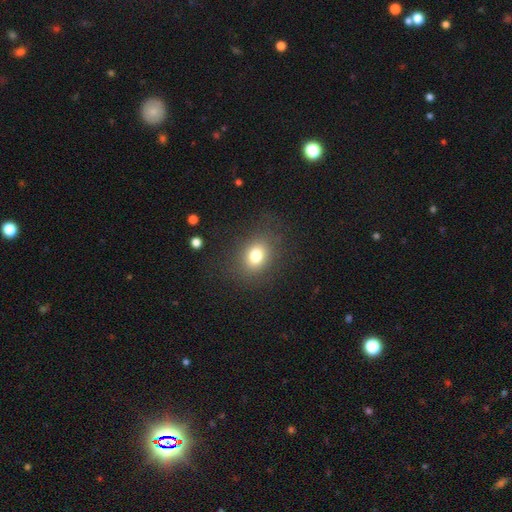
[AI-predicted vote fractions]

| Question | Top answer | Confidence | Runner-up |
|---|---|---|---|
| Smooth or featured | smooth | 78% | star or artifact (12%) |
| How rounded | in between | 55% | round (44%) |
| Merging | none | 83% | minor disturbance (10%) |